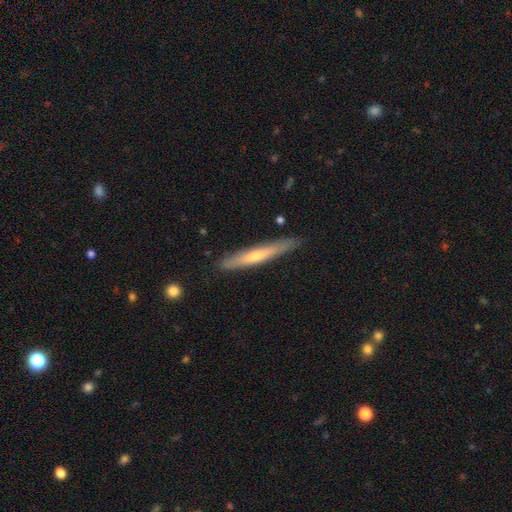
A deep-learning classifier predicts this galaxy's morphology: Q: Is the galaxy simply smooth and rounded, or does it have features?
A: smooth — 48%.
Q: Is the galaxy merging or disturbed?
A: none — 87%.